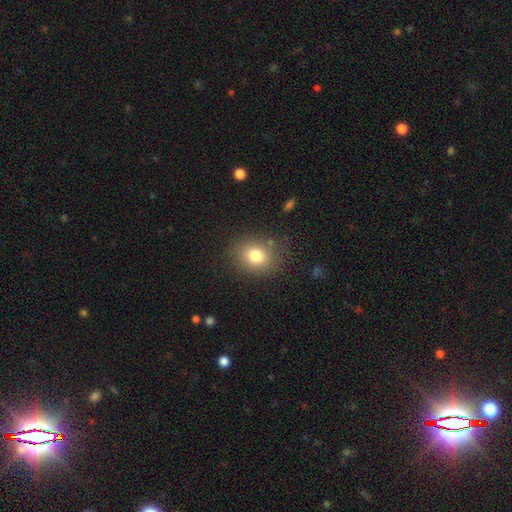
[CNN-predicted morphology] Overall: smooth (79%). How rounded: round (56%; in between 43%). Merging: none (83%).